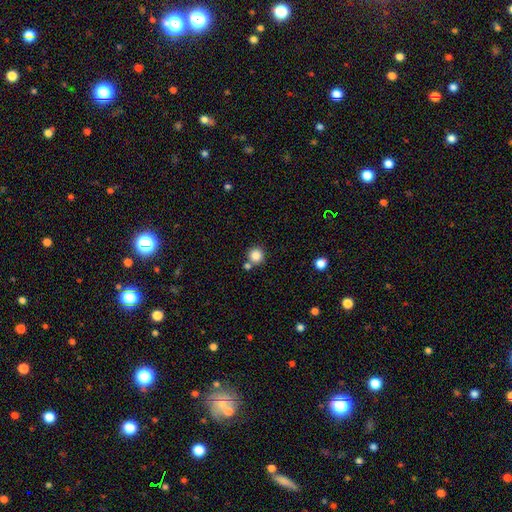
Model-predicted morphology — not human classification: A smooth galaxy with no disk features (84%) that is round (94%).

Vote fractions:
- Smooth or featured? smooth: 84% / star or artifact: 11% / featured or disk: 5%
- How rounded? round: 94% / in between: 5% / cigar-shaped: 1%
- Merging? none: 72% / merger: 17% / minor disturbance: 8% / major disturbance: 3%